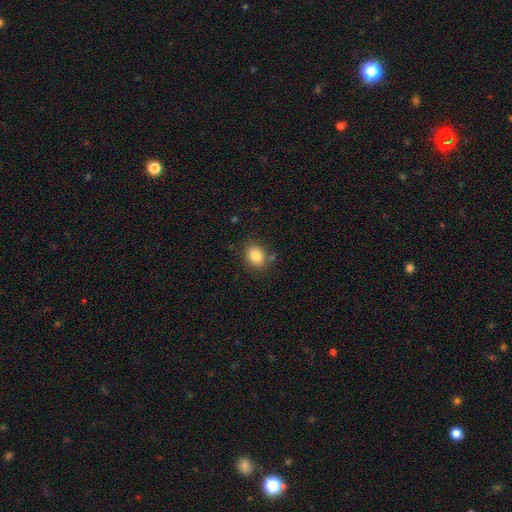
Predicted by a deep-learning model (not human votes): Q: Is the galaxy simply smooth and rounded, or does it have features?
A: smooth — 84%.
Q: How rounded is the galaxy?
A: in between — 52%.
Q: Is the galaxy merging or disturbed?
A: none — 80%.